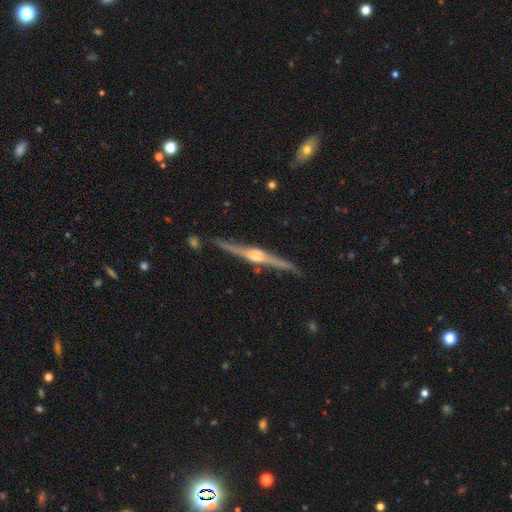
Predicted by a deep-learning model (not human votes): This appears to be a featured or disk galaxy (86%) viewed edge-on (98%) with a rounded central bulge (89%). Merging: none (87%).